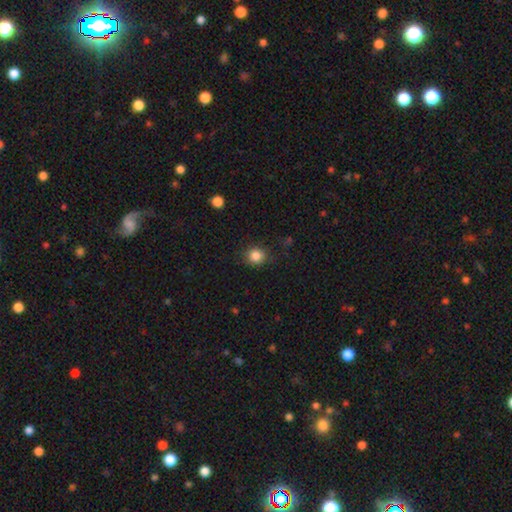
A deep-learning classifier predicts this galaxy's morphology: A smooth galaxy with no disk features (85%) that is round (82%).

Vote fractions:
- Smooth or featured? smooth: 85% / star or artifact: 11% / featured or disk: 4%
- How rounded? round: 82% / in between: 17% / cigar-shaped: 1%
- Merging? none: 83% / minor disturbance: 12% / major disturbance: 4% / merger: 1%